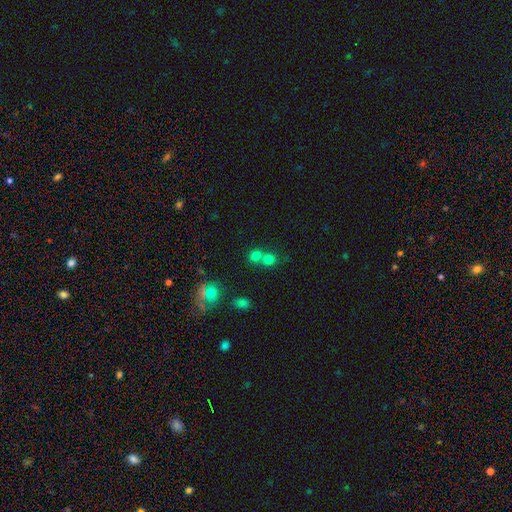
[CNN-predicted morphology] A smooth galaxy with no disk features (72%) that is round (82%). Merging: merger (49%).